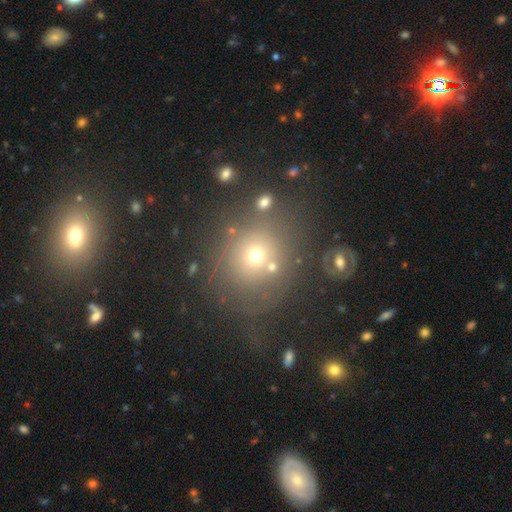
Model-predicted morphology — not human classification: This appears to be a smooth galaxy with no disk features (60%) that is round (83%). Merging: none (70%).